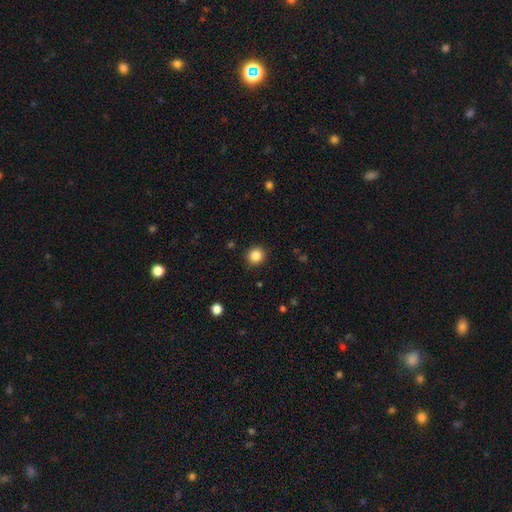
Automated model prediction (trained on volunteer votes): A smooth galaxy with no disk features (85%) that is round (89%).

Vote fractions:
- Smooth or featured? smooth: 85% / star or artifact: 11% / featured or disk: 4%
- How rounded? round: 89% / in between: 10% / cigar-shaped: 1%
- Merging? none: 91% / minor disturbance: 6% / major disturbance: 2% / merger: 1%